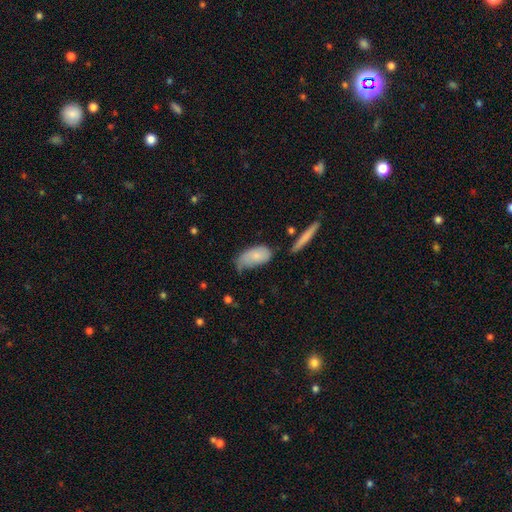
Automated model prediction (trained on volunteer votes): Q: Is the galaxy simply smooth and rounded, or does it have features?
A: smooth — 75%.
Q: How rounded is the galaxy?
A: in between — 91%.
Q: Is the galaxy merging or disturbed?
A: minor disturbance — 39%.